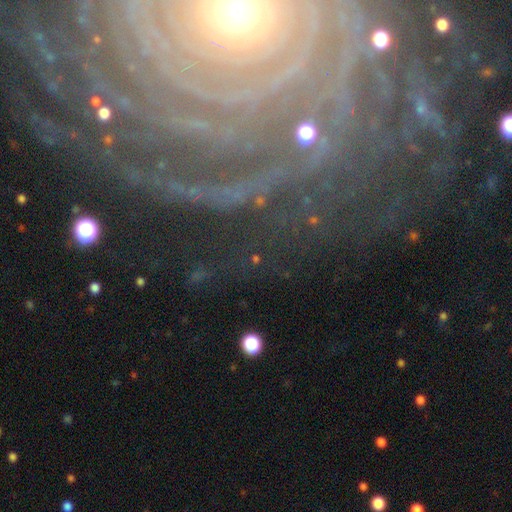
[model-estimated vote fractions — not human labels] Morphology: type=featured or disk (81%); edge-on=no (95%); bar=no (58%); spiral arms=yes (95%); winding=tight (85%); arm count=more than 4 (28%); bulge=small (58%); merging=none (78%).